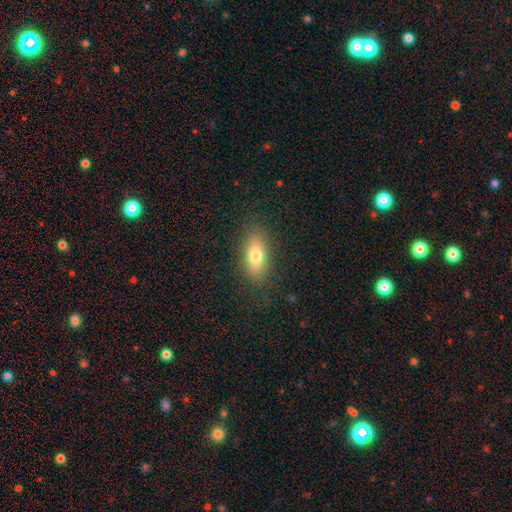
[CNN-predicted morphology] Smooth or featured? Predicted: smooth (p=0.75). How rounded? Predicted: in between (p=0.78). Merging? Predicted: none (p=0.85).